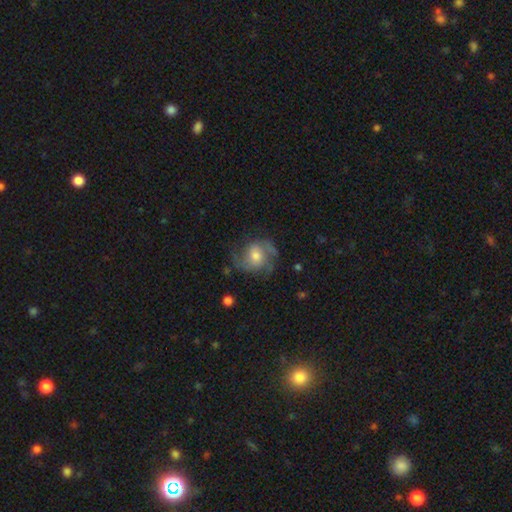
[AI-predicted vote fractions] Q: Smooth or featured?
A: featured or disk (74%); runner-up: smooth (18%)
Q: Edge-on disk?
A: no (98%); runner-up: yes (2%)
Q: Bar?
A: no (52%); runner-up: weak (38%)
Q: Spiral arms?
A: yes (93%); runner-up: no (7%)
Q: Spiral winding?
A: medium (50%); runner-up: loose (31%)
Q: Spiral arm count?
A: 2 (73%); runner-up: 3 (10%)
Q: Bulge size?
A: moderate (55%); runner-up: small (32%)
Q: Merging?
A: none (66%); runner-up: minor disturbance (19%)